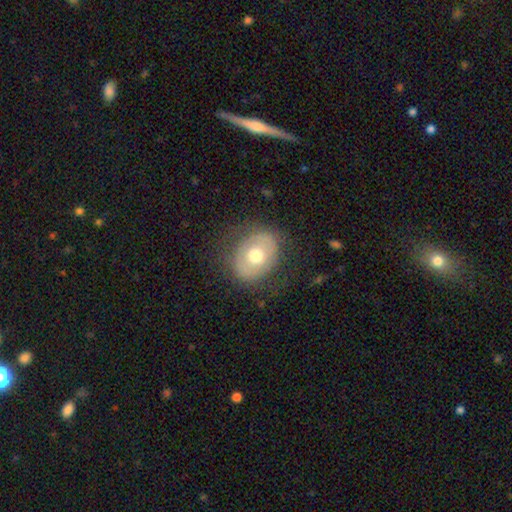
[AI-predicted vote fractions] Q: Smooth or featured?
A: smooth (56%); runner-up: featured or disk (36%)
Q: How rounded?
A: in between (52%); runner-up: round (47%)
Q: Merging?
A: none (76%); runner-up: minor disturbance (15%)